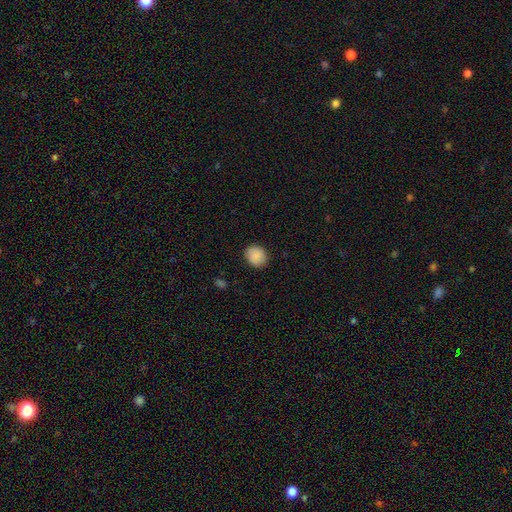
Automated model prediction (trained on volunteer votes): Smooth or featured: smooth — 89% (star or artifact — 8%)
How rounded: round — 74% (in between — 25%)
Merging: none — 89% (minor disturbance — 8%)